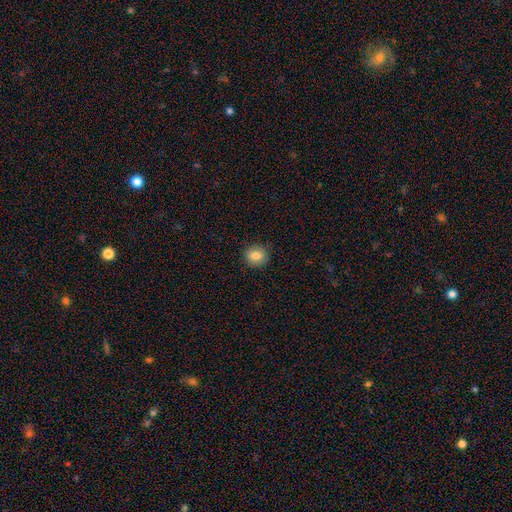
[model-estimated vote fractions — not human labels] smooth-or-featured: smooth: 84% | star or artifact: 9% | featured or disk: 7%
  how-rounded: round: 76% | in between: 22% | cigar-shaped: 1%
  merging: none: 89% | minor disturbance: 8% | major disturbance: 2% | merger: 1%